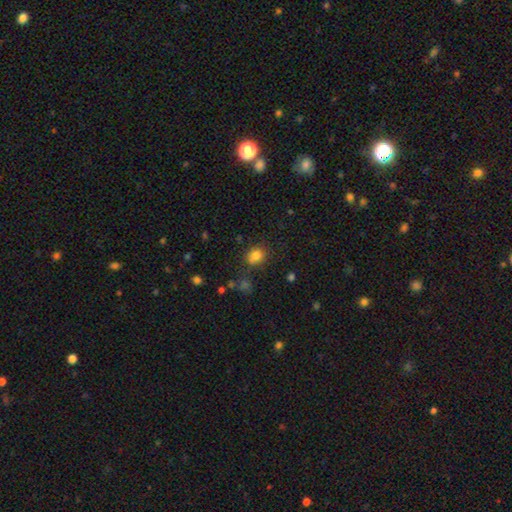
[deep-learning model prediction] A smooth galaxy with no disk features (80%) that is round (55%).

Vote fractions:
- Smooth or featured? smooth: 80% / star or artifact: 13% / featured or disk: 7%
- How rounded? round: 55% / in between: 44% / cigar-shaped: 1%
- Merging? none: 74% / minor disturbance: 16% / major disturbance: 5% / merger: 5%